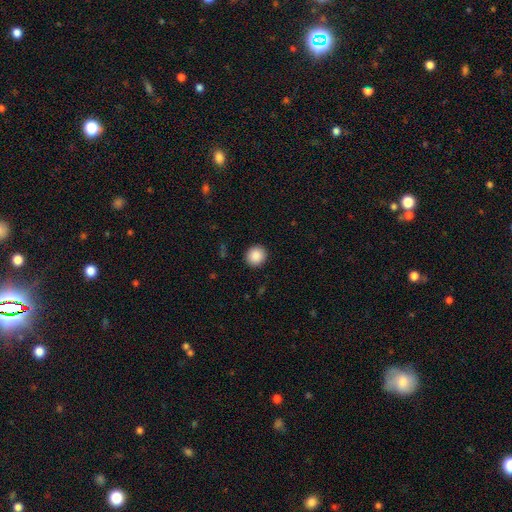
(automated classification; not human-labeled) A smooth galaxy with no disk features (89%) that is round (91%). Merging: none (92%).